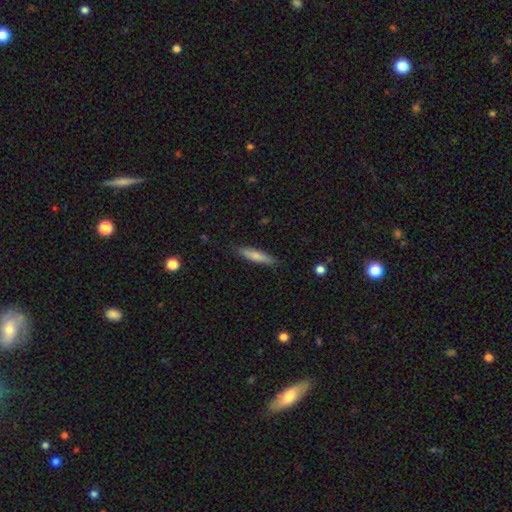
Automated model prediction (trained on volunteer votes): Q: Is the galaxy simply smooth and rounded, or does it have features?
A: smooth — 78%.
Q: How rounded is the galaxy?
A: cigar-shaped — 83%.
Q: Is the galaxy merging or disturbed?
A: none — 87%.